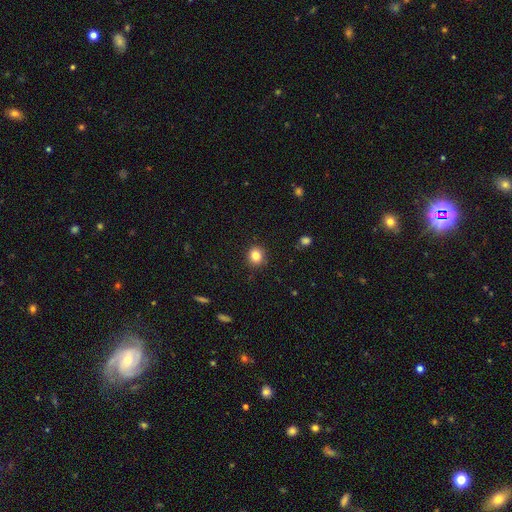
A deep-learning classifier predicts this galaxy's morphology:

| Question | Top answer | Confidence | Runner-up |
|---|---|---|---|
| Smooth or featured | smooth | 83% | star or artifact (11%) |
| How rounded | round | 84% | in between (15%) |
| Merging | none | 91% | minor disturbance (6%) |